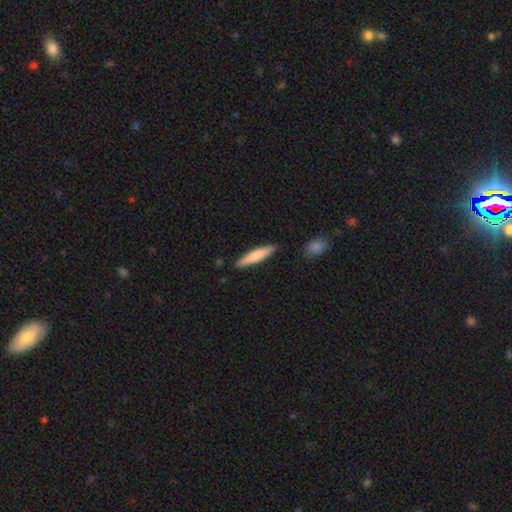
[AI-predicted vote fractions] Smooth or featured?
  - smooth: 72% *
  - featured or disk: 23%
  - star or artifact: 5%
How rounded?
  - cigar-shaped: 87% *
  - in between: 11%
  - round: 1%
Merging?
  - none: 87% *
  - minor disturbance: 9%
  - merger: 2%
  - major disturbance: 2%